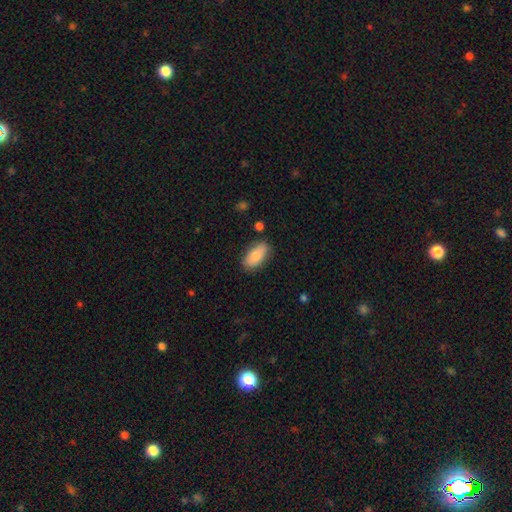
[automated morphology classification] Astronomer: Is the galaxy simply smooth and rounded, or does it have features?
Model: smooth — 83%.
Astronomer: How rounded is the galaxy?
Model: in between — 90%.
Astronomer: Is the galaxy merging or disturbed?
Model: none — 82%.